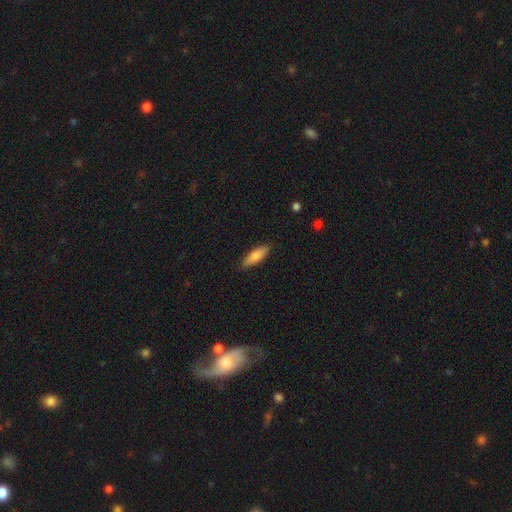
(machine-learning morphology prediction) Smooth or featured? Predicted: smooth (p=0.80). How rounded? Predicted: cigar-shaped (p=0.49, tied with in between). Merging? Predicted: none (p=0.87).